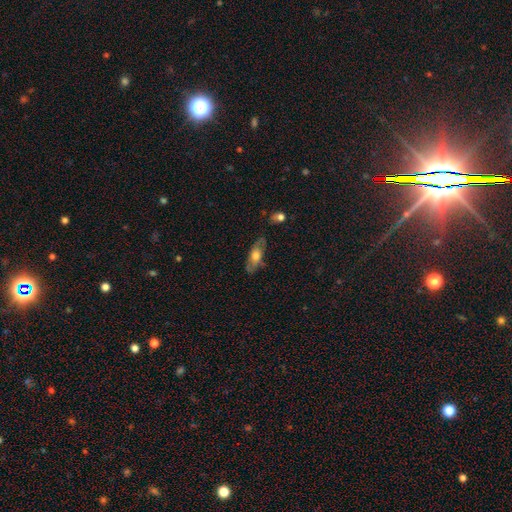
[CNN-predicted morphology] A smooth galaxy with no disk features (47%). Merging: none (74%).